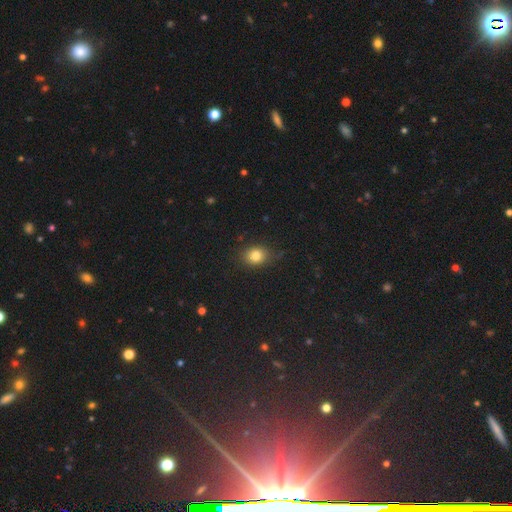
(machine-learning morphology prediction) Smooth or featured? Predicted: smooth (p=0.81). How rounded? Predicted: round (p=0.54). Merging? Predicted: none (p=0.79).